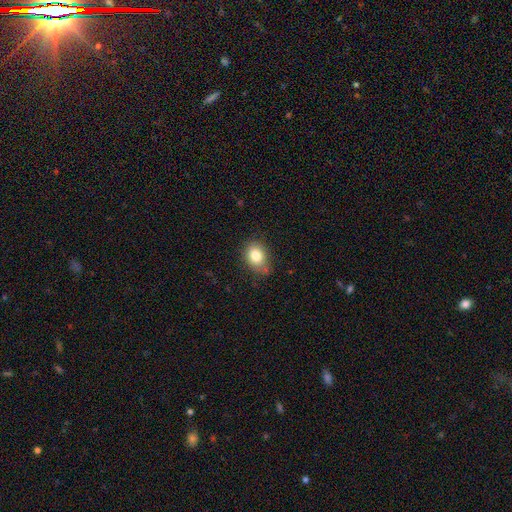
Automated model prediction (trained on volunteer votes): Smooth or featured: smooth — 82% (star or artifact — 9%)
How rounded: in between — 68% (round — 31%)
Merging: none — 72% (minor disturbance — 21%)